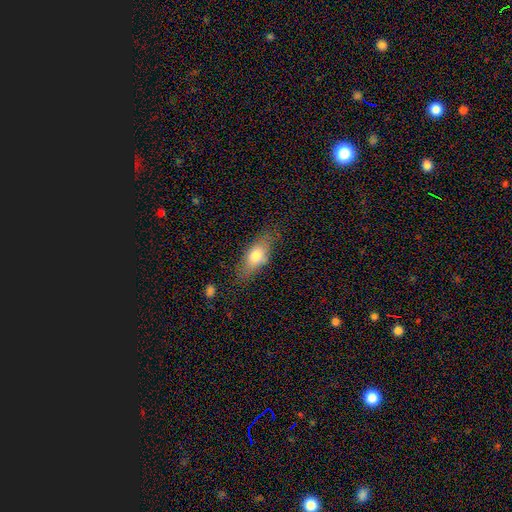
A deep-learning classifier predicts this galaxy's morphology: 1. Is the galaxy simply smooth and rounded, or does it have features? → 69% smooth, 23% featured or disk, 7% star or artifact.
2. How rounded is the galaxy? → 76% in between, 19% cigar-shaped, 5% round.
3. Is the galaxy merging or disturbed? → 72% none, 20% minor disturbance, 6% major disturbance, 2% merger.